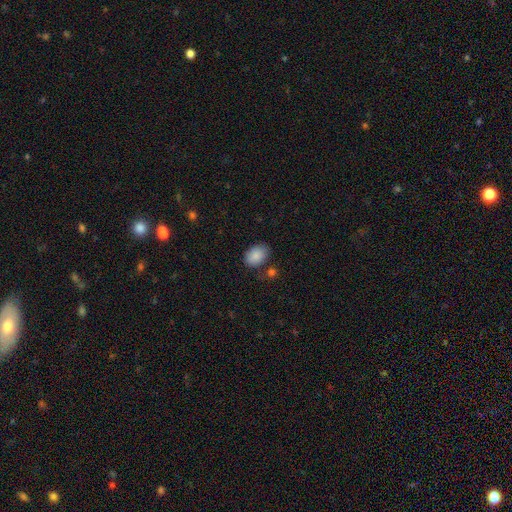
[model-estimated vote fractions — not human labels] smooth 88%, star or artifact 7%, featured or disk 5%. Down the decision tree: how rounded — in between (83%); merging — none (75%).